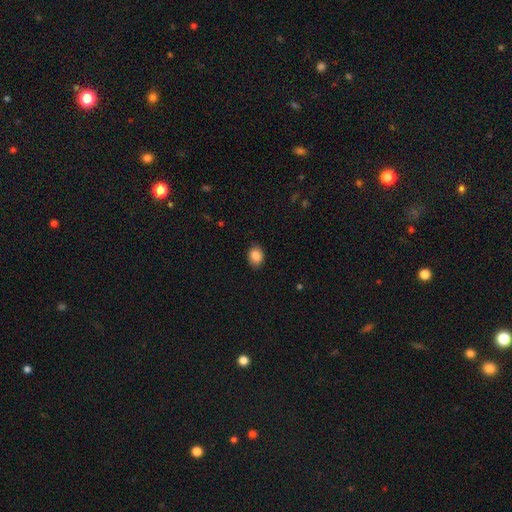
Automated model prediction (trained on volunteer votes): This appears to be a smooth galaxy with no disk features (87%) that is in between round and cigar-shaped (62%). Merging: none (86%).